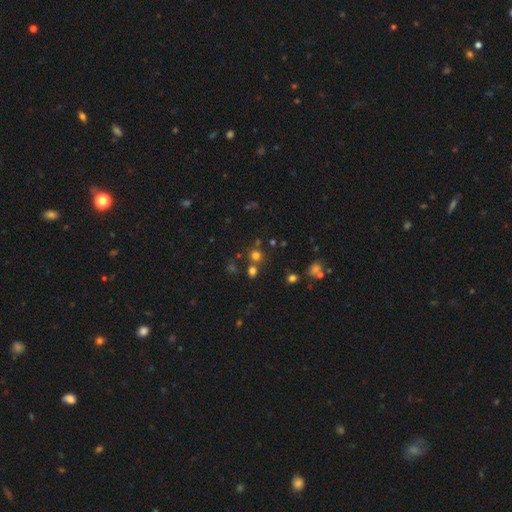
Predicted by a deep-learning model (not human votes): This appears to be a smooth galaxy with no disk features (65%) that is round (89%). Merging: none (72%).